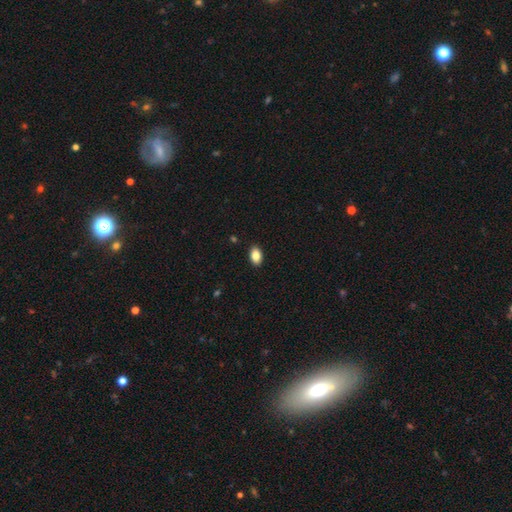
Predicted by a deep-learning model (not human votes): Morphology: type=smooth (86%); roundness=in between (89%); merging=none (90%).